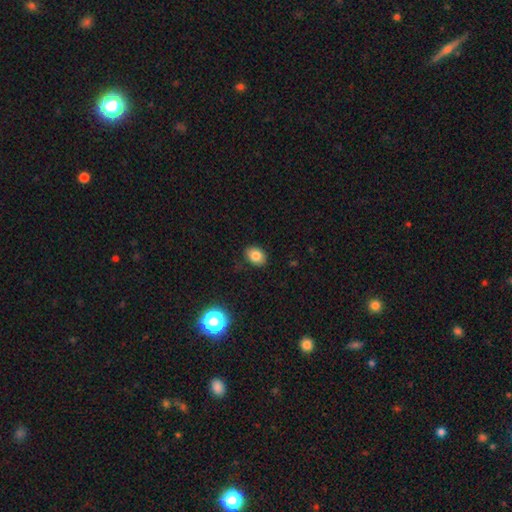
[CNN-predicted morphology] This appears to be a smooth galaxy with no disk features (82%) that is in between round and cigar-shaped (71%). Merging: none (87%).